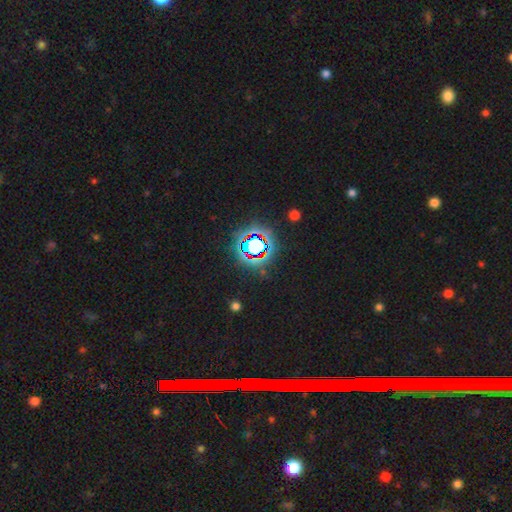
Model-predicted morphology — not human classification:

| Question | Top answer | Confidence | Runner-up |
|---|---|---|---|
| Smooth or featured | star or artifact | 82% | smooth (10%) |